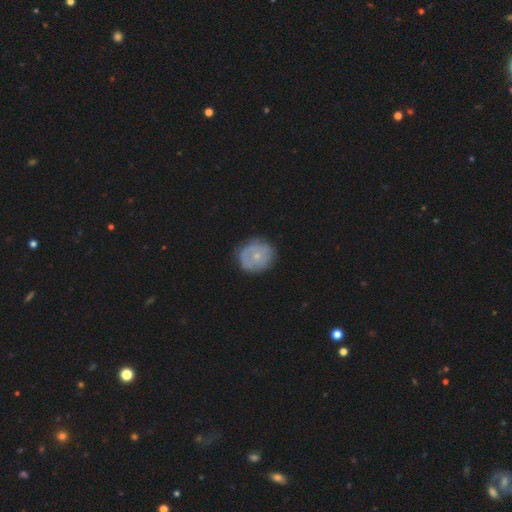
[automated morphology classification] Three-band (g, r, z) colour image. It shows a featured or disk galaxy (49%). Merging: none (75%).